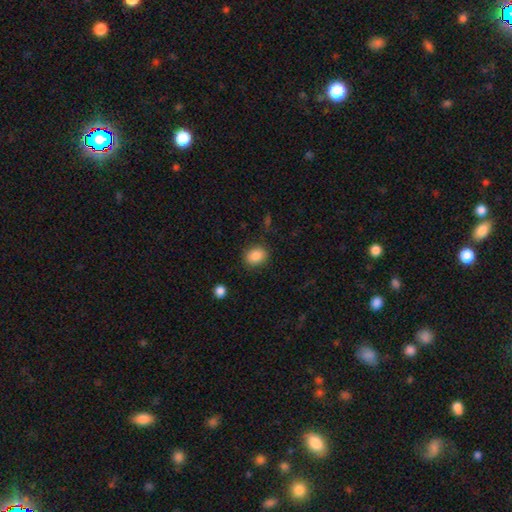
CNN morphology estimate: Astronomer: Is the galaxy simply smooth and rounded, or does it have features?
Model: smooth — 87%.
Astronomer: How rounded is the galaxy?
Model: in between — 52% (runner-up: round, 47%).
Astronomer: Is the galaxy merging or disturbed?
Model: none — 86%.